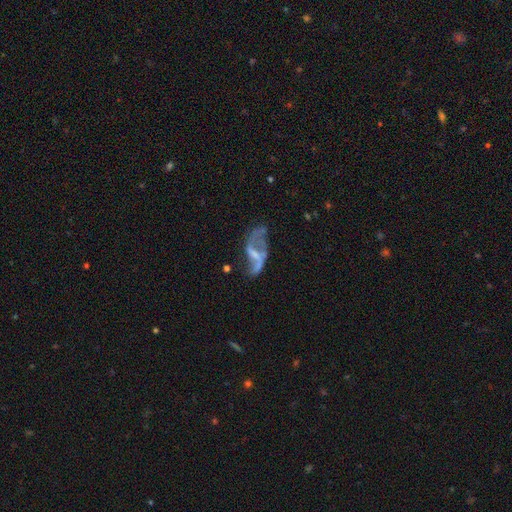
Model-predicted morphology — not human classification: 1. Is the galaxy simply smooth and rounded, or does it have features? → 80% featured or disk, 12% smooth, 8% star or artifact.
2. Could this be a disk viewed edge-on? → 96% no, 4% yes.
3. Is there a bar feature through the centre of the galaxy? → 45% weak, 31% strong, 24% no.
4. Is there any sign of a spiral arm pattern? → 79% yes, 21% no.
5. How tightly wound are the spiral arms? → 80% loose, 16% medium, 4% tight.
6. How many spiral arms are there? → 84% 2, 7% 1, 6% can't tell, 1% 3, 1% 4, 1% more than 4.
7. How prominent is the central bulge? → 41% none, 38% small, 18% moderate, 2% large, 1% dominant.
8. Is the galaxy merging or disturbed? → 41% none, 29% major disturbance, 20% minor disturbance, 9% merger.